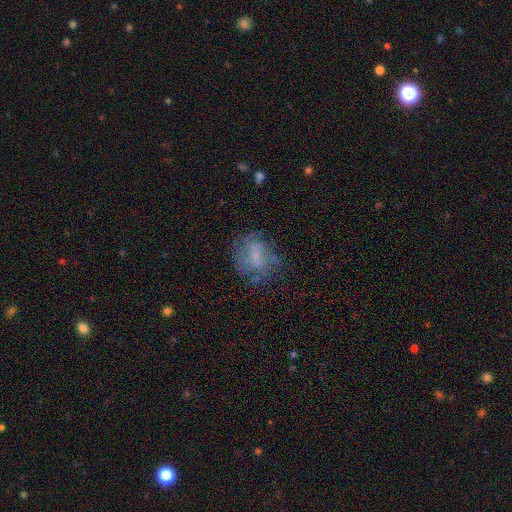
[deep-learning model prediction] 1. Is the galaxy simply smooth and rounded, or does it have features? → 52% featured or disk, 37% smooth, 11% star or artifact.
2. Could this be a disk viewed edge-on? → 96% no, 4% yes.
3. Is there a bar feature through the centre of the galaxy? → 46% weak, 38% no, 17% strong.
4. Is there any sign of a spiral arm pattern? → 58% yes, 42% no.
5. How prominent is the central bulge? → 40% small, 33% none, 22% moderate, 3% large, 1% dominant.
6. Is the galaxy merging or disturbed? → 57% none, 22% minor disturbance, 18% major disturbance, 2% merger.